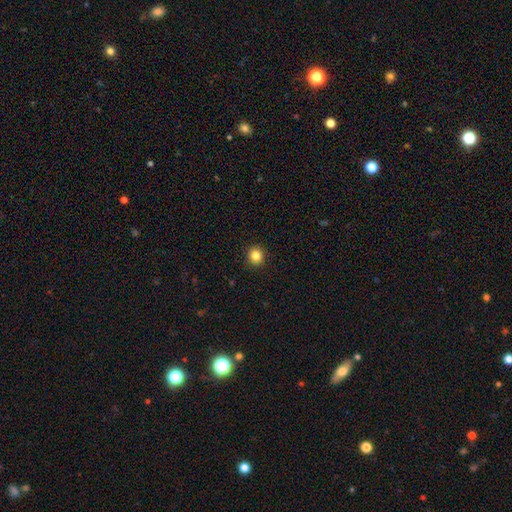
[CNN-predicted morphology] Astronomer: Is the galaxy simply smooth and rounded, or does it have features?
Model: smooth — 85%.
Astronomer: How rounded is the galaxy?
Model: round — 89%.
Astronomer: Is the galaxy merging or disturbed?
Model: none — 92%.